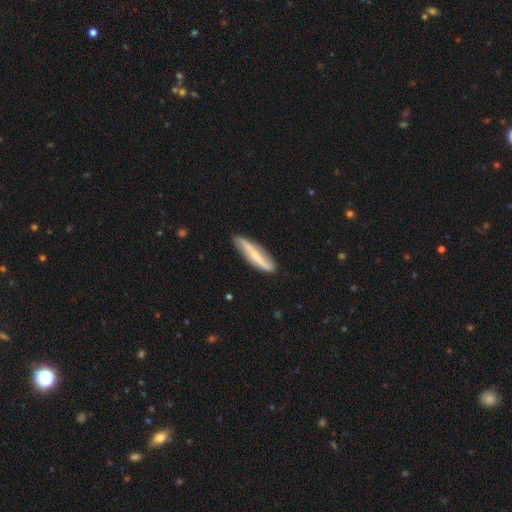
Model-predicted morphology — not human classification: Overall: featured or disk (64%; smooth 30%). Edge-on disk: no (60%; yes 40%). Merging: none (79%).